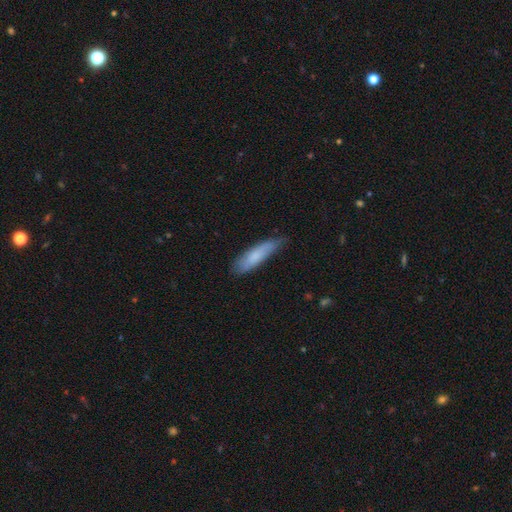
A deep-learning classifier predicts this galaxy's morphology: Overall: smooth (75%). How rounded: cigar-shaped (67%; in between 32%). Merging: none (66%; minor disturbance 28%).